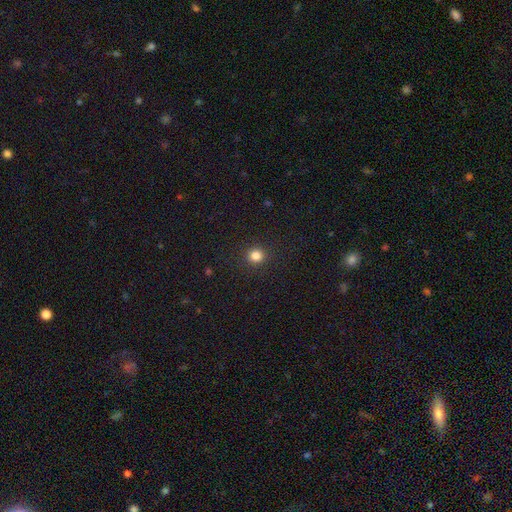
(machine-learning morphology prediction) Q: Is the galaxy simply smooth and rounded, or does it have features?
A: smooth — 83%.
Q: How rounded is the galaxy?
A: round — 91%.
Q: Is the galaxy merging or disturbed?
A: none — 92%.